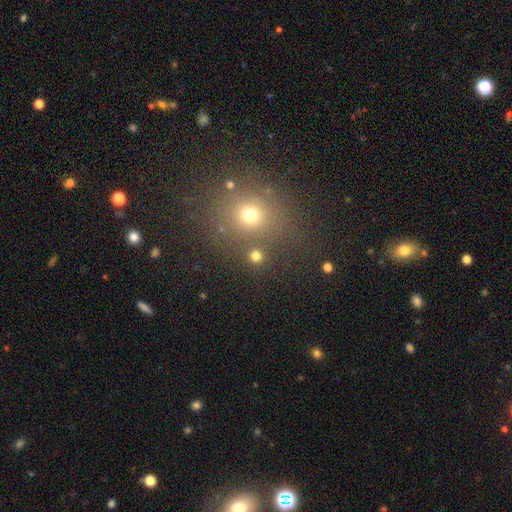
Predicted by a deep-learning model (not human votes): The model was most divided on "smooth or featured": smooth: 76%, star or artifact: 18%, featured or disk: 6%. More confident: how rounded — round (90%); merging — none (79%).